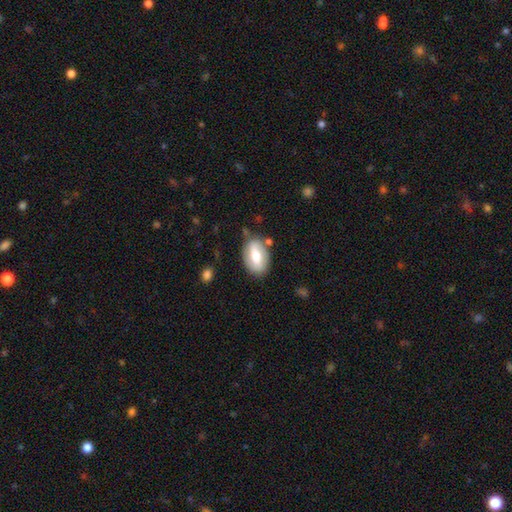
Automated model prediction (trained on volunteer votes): smooth 51%, featured or disk 43%, star or artifact 6%. Down the decision tree: how rounded — in between (88%); merging — none (75%).